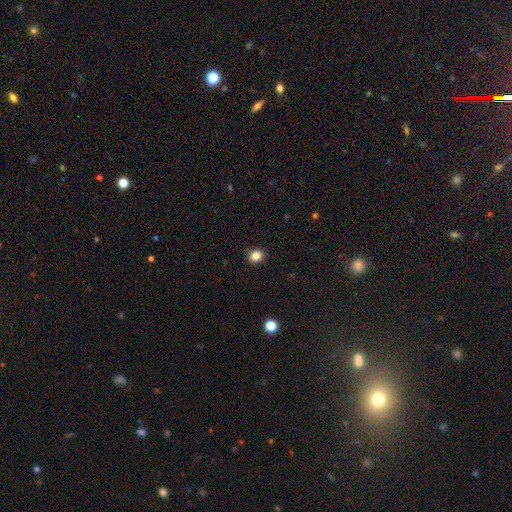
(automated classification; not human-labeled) Overall: smooth (85%). How rounded: round (73%). Merging: none (91%).